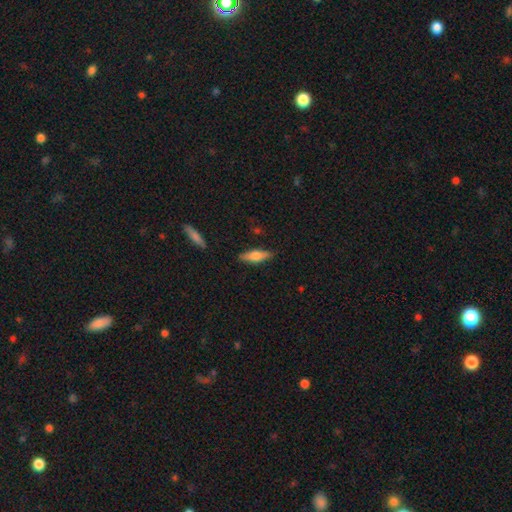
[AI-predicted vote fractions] Morphology: type=smooth (63%); roundness=cigar-shaped (55%); merging=none (85%).